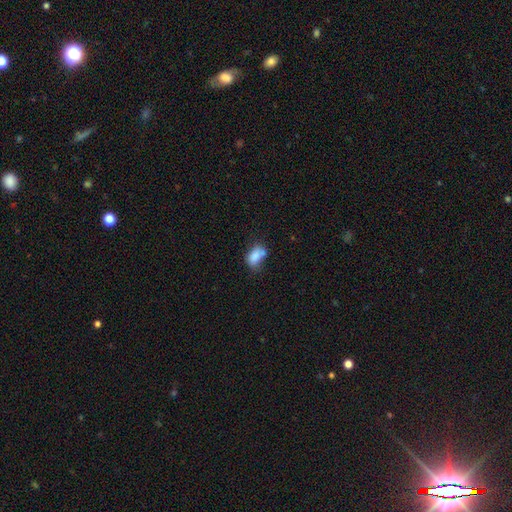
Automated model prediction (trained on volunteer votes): This is likely a smooth galaxy (79%). How rounded: clearly in between (84%). Merging: marginally none (38%).